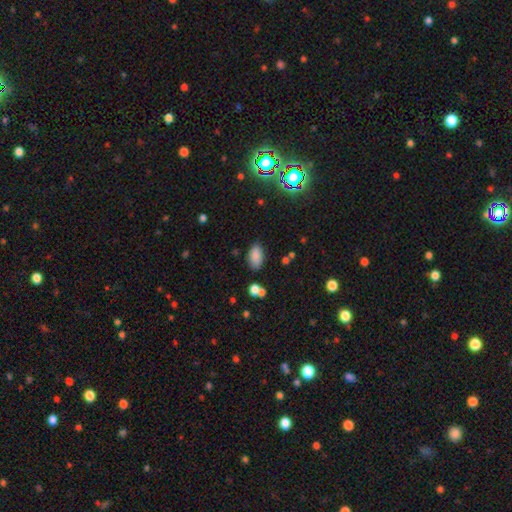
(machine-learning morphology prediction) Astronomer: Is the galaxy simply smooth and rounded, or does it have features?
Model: smooth — 84%.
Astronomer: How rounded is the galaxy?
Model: in between — 93%.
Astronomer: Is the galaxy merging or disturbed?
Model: none — 78%.